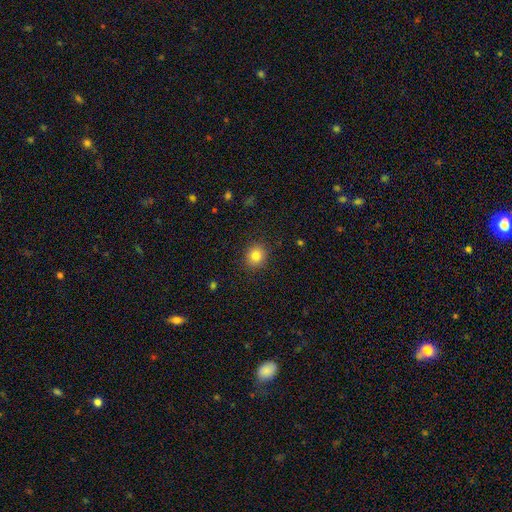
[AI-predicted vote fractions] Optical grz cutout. It shows a smooth galaxy with no disk features (83%) that is round (82%). Merging: none (89%).